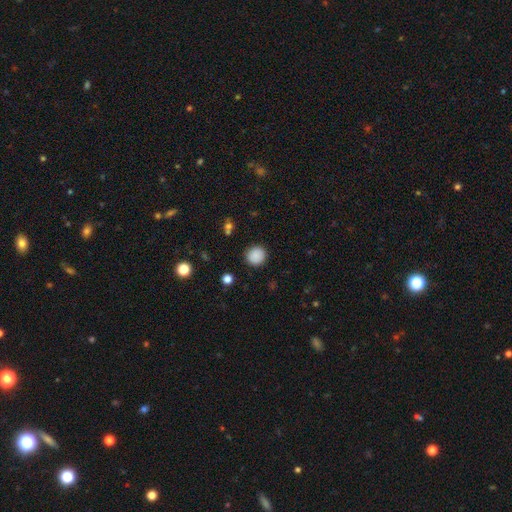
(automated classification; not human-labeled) smooth-or-featured: smooth: 87% | star or artifact: 9% | featured or disk: 3%
  how-rounded: round: 91% | in between: 8% | cigar-shaped: 1%
  merging: none: 90% | minor disturbance: 7% | major disturbance: 2% | merger: 1%